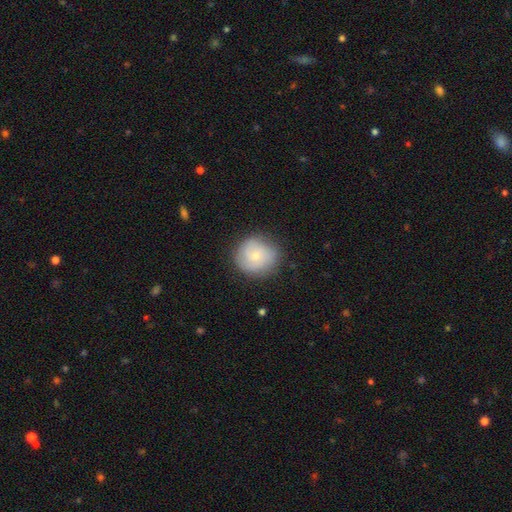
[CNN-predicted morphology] smooth 60%, featured or disk 33%, star or artifact 7%. Down the decision tree: how rounded — round (90%); merging — none (78%).